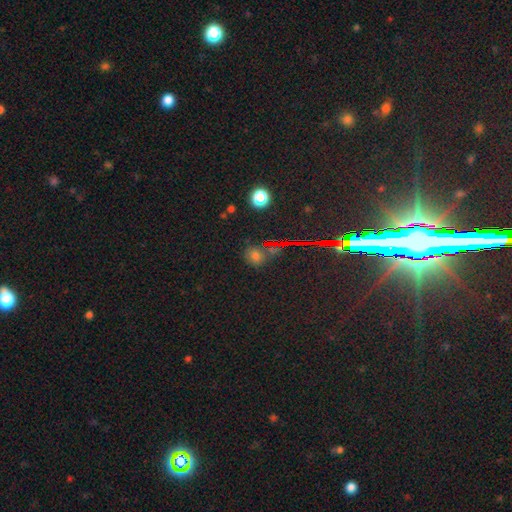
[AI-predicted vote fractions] This is possibly a smooth galaxy (58%). How rounded: likely round (80%). Merging: clearly none (80%).